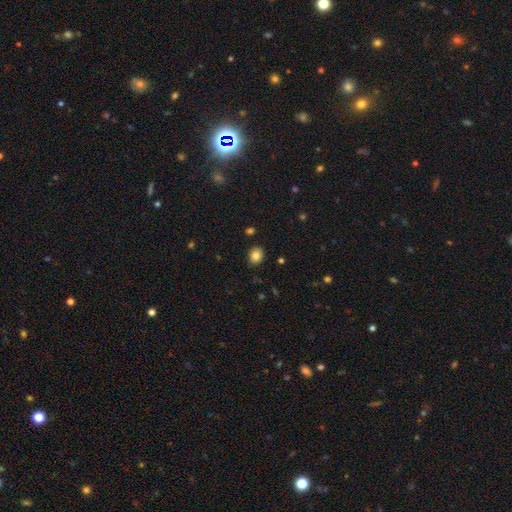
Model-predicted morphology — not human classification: Smooth or featured? smooth (83%)
How rounded? round (56%)
Merging? none (86%)